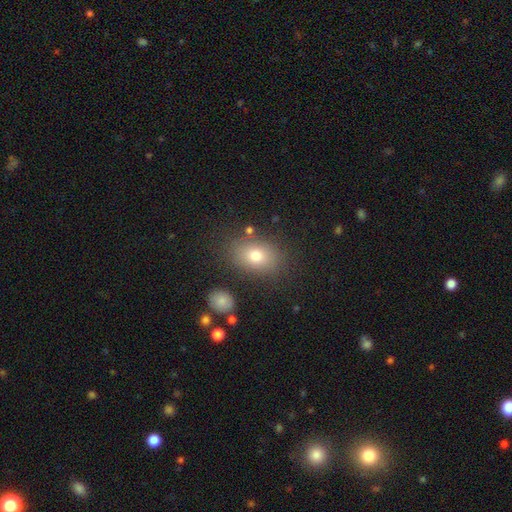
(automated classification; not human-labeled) smooth_or_featured: smooth (p=0.74) [alt: featured or disk p=0.13]
how_rounded: in between (p=0.76) [alt: round p=0.22]
merging: none (p=0.81) [alt: minor disturbance p=0.11]